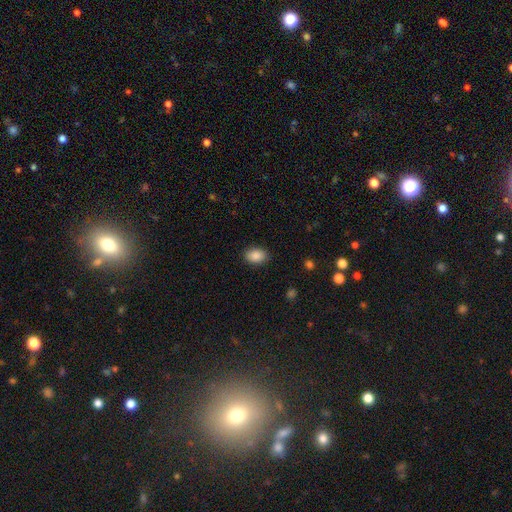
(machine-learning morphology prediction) This is clearly a smooth galaxy (88%). How rounded: clearly in between (82%). Merging: clearly none (88%).